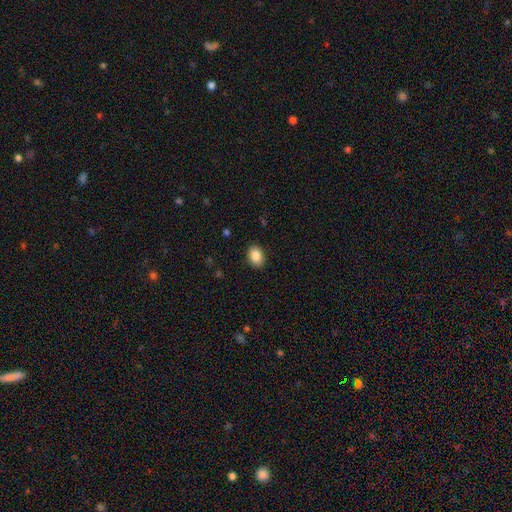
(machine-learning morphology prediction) A smooth galaxy with no disk features (87%) that is in between round and cigar-shaped (79%).

Vote fractions:
- Smooth or featured? smooth: 87% / star or artifact: 8% / featured or disk: 5%
- How rounded? in between: 79% / round: 20% / cigar-shaped: 1%
- Merging? none: 89% / minor disturbance: 8% / major disturbance: 2% / merger: 1%